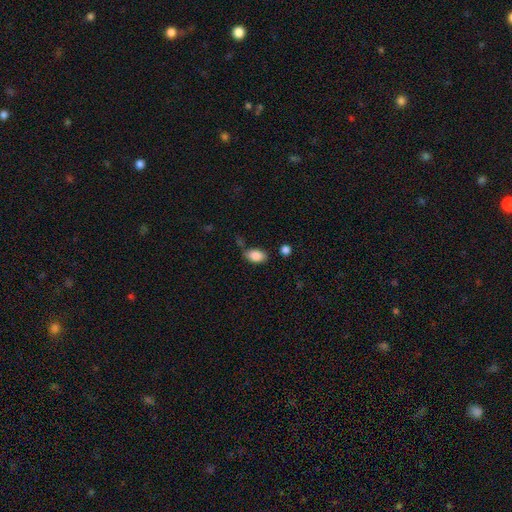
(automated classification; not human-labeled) smooth_or_featured: smooth (p=0.86) [alt: star or artifact p=0.08]
how_rounded: in between (p=0.91) [alt: round p=0.07]
merging: none (p=0.67) [alt: minor disturbance p=0.20]